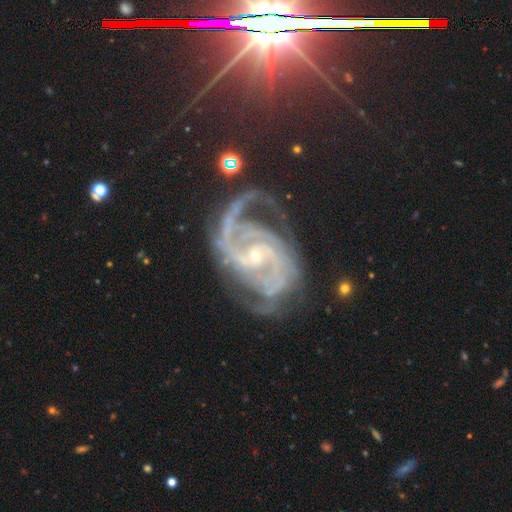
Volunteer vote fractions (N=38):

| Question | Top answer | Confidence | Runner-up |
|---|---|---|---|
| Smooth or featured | featured or disk | 95% | smooth (3%) |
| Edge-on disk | no | 94% | yes (6%) |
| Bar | no | 44% | weak (41%) |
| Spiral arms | yes | 100% | — |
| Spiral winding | tight | 50% | medium (44%) |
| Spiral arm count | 2 | 41% | can't tell (35%) |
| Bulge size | small | 88% | moderate (9%) |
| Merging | none | 49% | major disturbance (30%) |